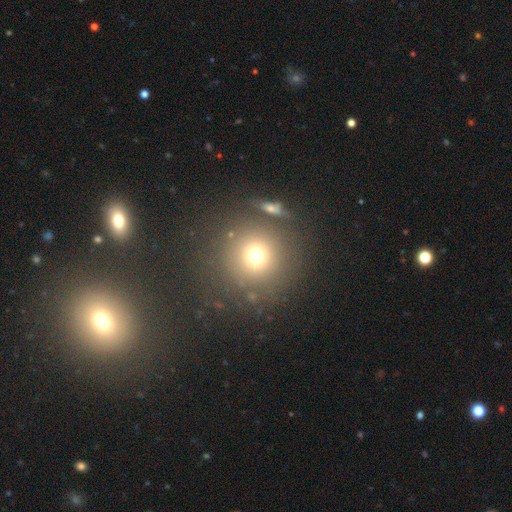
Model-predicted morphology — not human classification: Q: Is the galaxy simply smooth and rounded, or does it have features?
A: smooth — 70%.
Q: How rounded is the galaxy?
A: round — 94%.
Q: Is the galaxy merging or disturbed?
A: none — 79%.